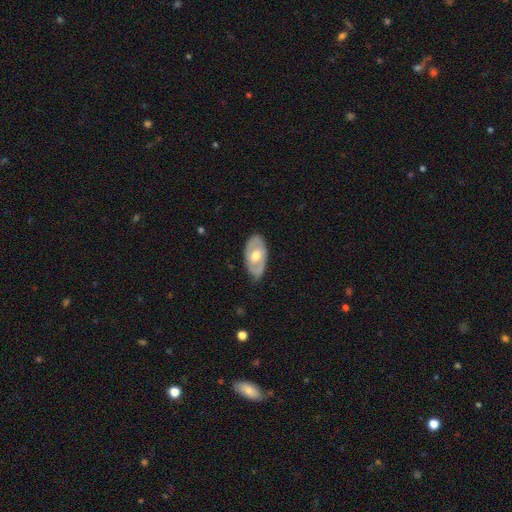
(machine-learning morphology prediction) This appears to be a featured or disk galaxy (61%) with no bar (67%), no spiral arms (58%) and a moderate central bulge (72%). Merging: none (78%).